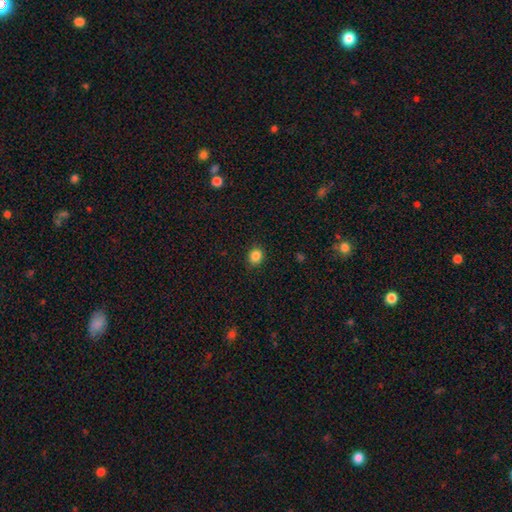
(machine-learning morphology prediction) Smooth or featured: smooth — 85% (star or artifact — 11%)
How rounded: round — 72% (in between — 27%)
Merging: none — 89% (minor disturbance — 8%)